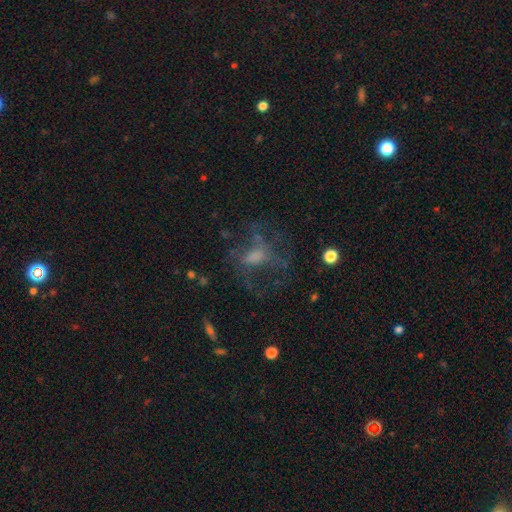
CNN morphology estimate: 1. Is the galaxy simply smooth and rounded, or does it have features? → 51% featured or disk, 31% smooth, 18% star or artifact.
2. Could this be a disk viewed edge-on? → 96% no, 4% yes.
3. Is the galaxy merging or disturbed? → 45% none, 35% major disturbance, 17% minor disturbance, 2% merger.